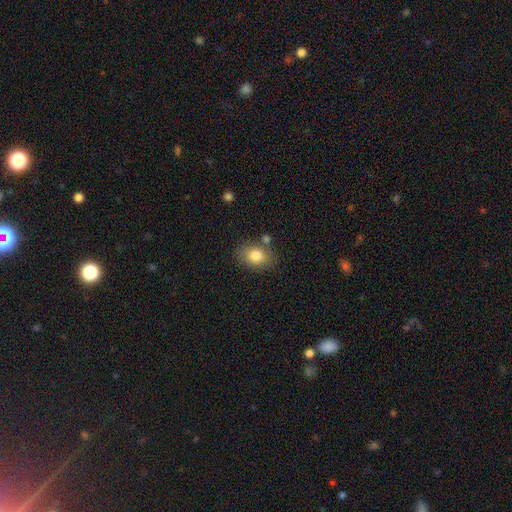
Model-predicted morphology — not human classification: This appears to be a smooth galaxy with no disk features (81%) that is in between round and cigar-shaped (71%). Merging: none (74%).